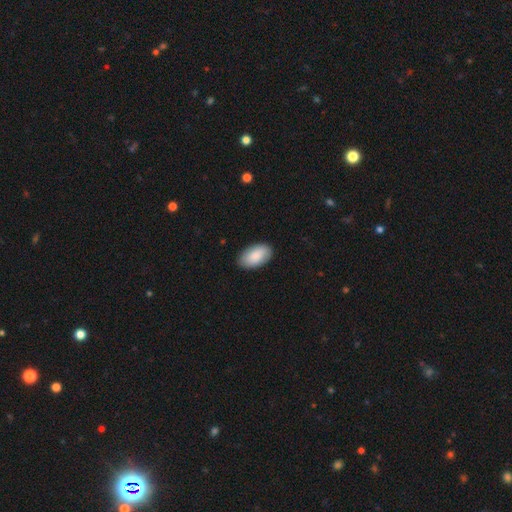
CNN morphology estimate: Smooth or featured? Predicted: smooth (p=0.86). How rounded? Predicted: in between (p=0.96). Merging? Predicted: none (p=0.88).